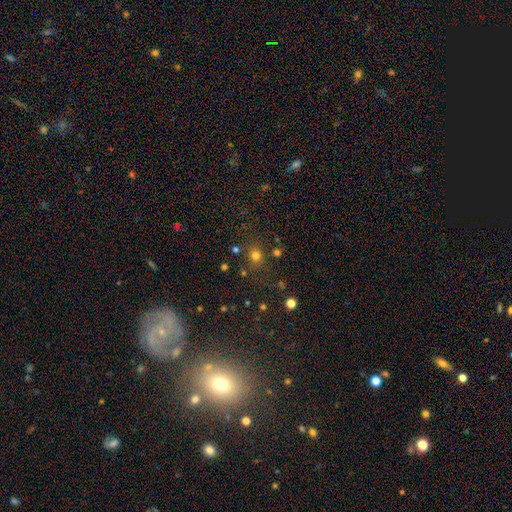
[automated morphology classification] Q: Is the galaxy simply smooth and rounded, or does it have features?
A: smooth — 72%.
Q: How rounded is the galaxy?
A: round — 78%.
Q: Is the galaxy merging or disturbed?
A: none — 79%.